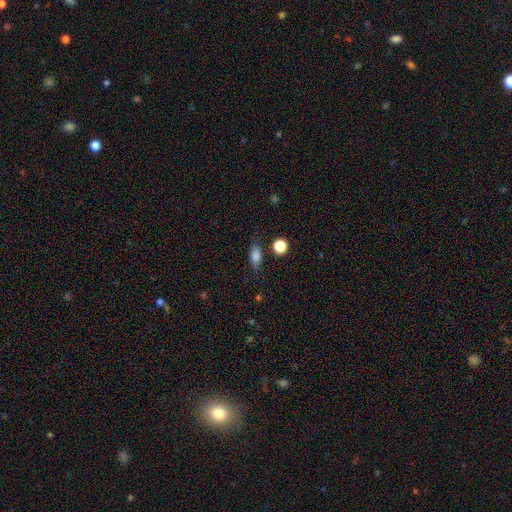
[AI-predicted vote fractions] A smooth galaxy with no disk features (81%) that is in between round and cigar-shaped (77%).

Vote fractions:
- Smooth or featured? smooth: 81% / star or artifact: 10% / featured or disk: 9%
- How rounded? in between: 77% / round: 14% / cigar-shaped: 10%
- Merging? none: 72% / minor disturbance: 19% / major disturbance: 5% / merger: 3%